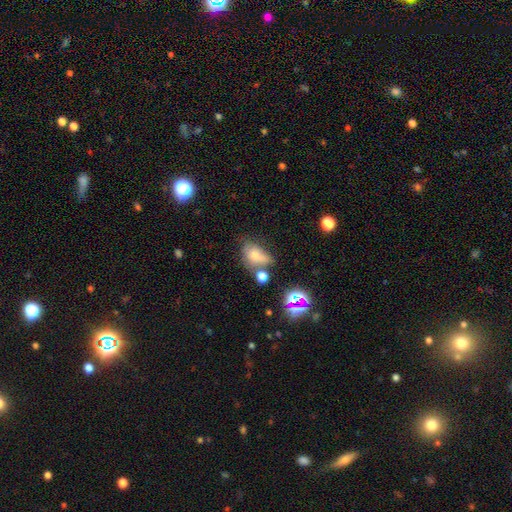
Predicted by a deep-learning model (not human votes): Smooth or featured? smooth (65%)
How rounded? in between (78%)
Merging? none (34%)